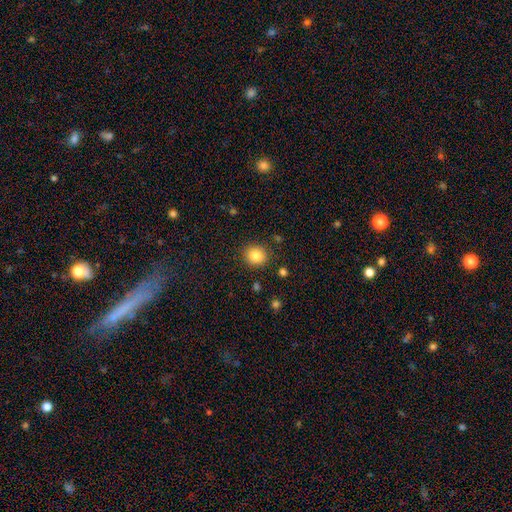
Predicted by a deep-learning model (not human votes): smooth 84%, star or artifact 10%, featured or disk 6%. Down the decision tree: how rounded — round (83%); merging — none (88%).